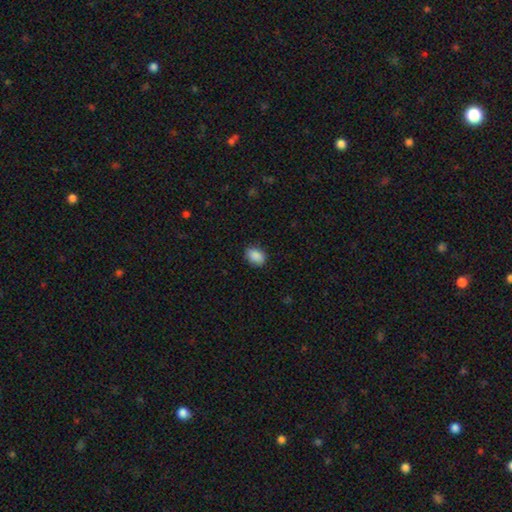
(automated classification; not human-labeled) Smooth or featured?
  - smooth: 89% *
  - star or artifact: 8%
  - featured or disk: 3%
How rounded?
  - in between: 78% *
  - round: 21%
  - cigar-shaped: 1%
Merging?
  - none: 85% *
  - minor disturbance: 12%
  - major disturbance: 2%
  - merger: 1%